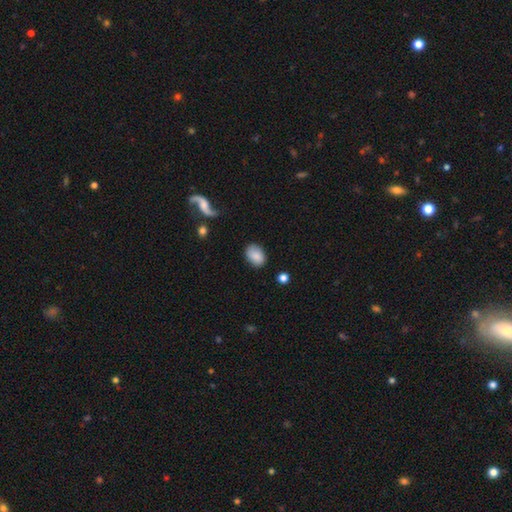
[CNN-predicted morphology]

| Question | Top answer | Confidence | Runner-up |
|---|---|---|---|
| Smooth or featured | smooth | 83% | featured or disk (9%) |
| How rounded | in between | 81% | round (18%) |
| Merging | none | 80% | minor disturbance (14%) |